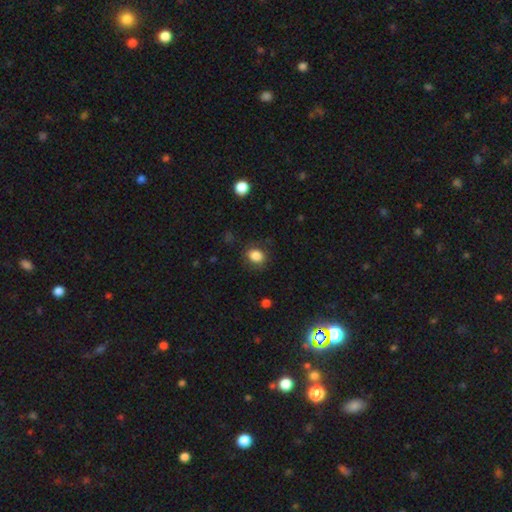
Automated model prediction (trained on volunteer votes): smooth 85%, star or artifact 10%, featured or disk 5%. Down the decision tree: how rounded — round (58%); merging — none (80%).